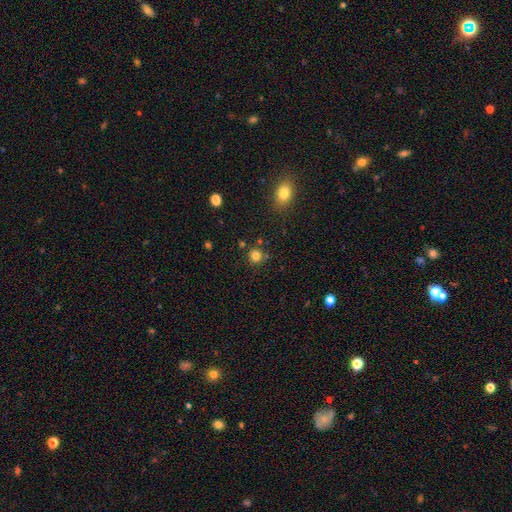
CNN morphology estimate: type=smooth (80%); roundness=round (91%); merging=none (81%).